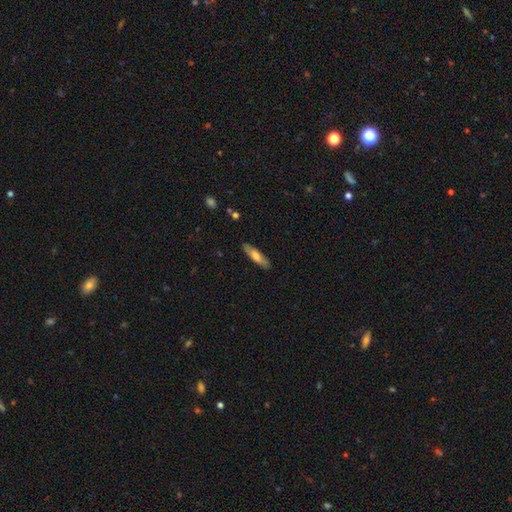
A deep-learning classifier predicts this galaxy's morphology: A smooth galaxy with no disk features (63%) that is cigar-shaped (70%).

Vote fractions:
- Smooth or featured? smooth: 63% / featured or disk: 31% / star or artifact: 6%
- How rounded? cigar-shaped: 70% / in between: 29% / round: 2%
- Merging? none: 87% / minor disturbance: 10% / major disturbance: 2% / merger: 1%